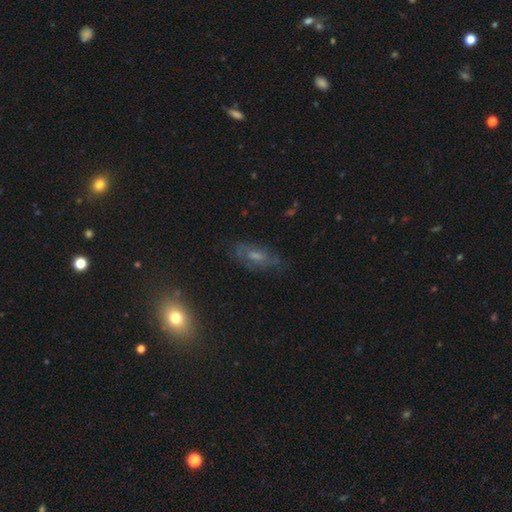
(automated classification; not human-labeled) A featured or disk galaxy (50%).

Vote fractions:
- Smooth or featured? featured or disk: 50% / smooth: 32% / star or artifact: 18%
- Edge-on disk? no: 83% / yes: 17%
- Merging? none: 73% / minor disturbance: 18% / major disturbance: 7% / merger: 2%